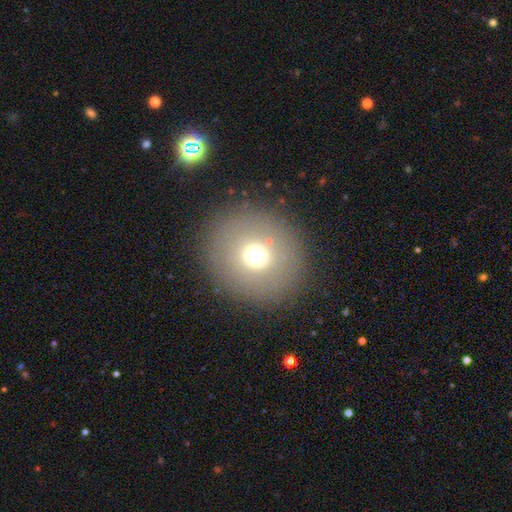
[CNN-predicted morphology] smooth 66%, star or artifact 19%, featured or disk 16%. Down the decision tree: how rounded — round (89%); merging — none (86%).